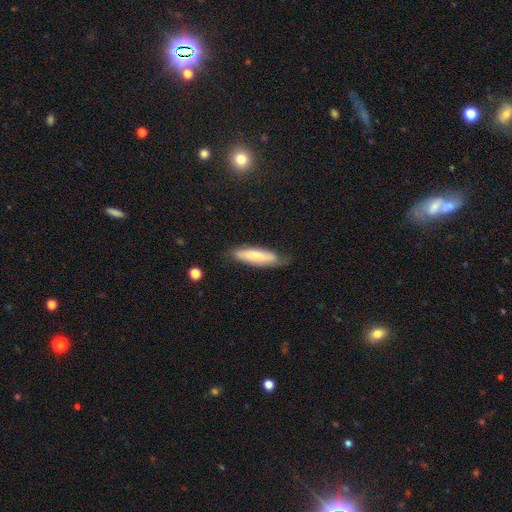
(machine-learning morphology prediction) smooth-or-featured: smooth: 67% | featured or disk: 27% | star or artifact: 6%
  how-rounded: cigar-shaped: 68% | in between: 30% | round: 2%
  merging: none: 74% | minor disturbance: 20% | major disturbance: 4% | merger: 1%